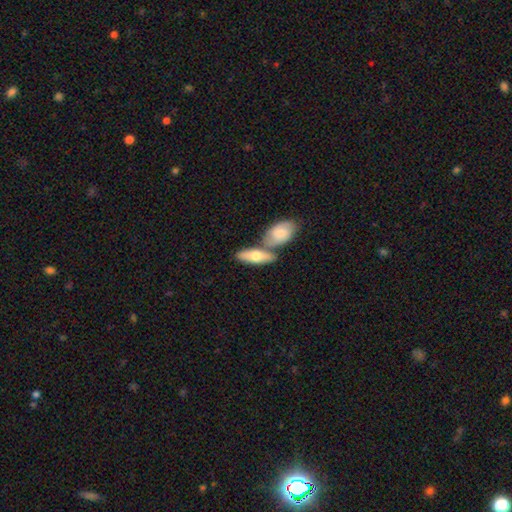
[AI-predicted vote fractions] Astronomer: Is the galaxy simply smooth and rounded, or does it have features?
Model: smooth — 67%.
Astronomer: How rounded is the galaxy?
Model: in between — 72%.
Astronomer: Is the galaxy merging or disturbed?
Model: none — 46% (runner-up: merger, 40%).